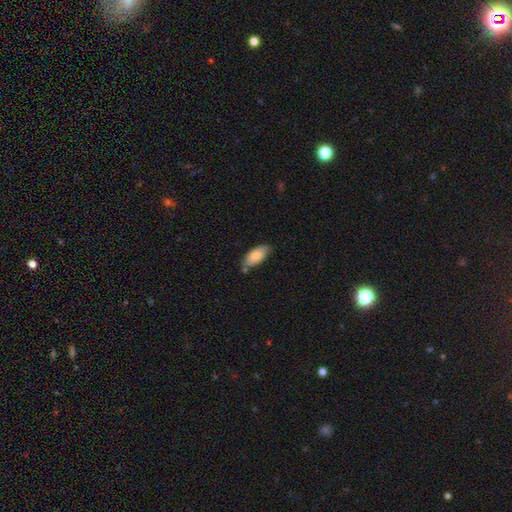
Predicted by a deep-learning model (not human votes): This appears to be a smooth galaxy with no disk features (79%) that is in between round and cigar-shaped (91%). Merging: none (67%).